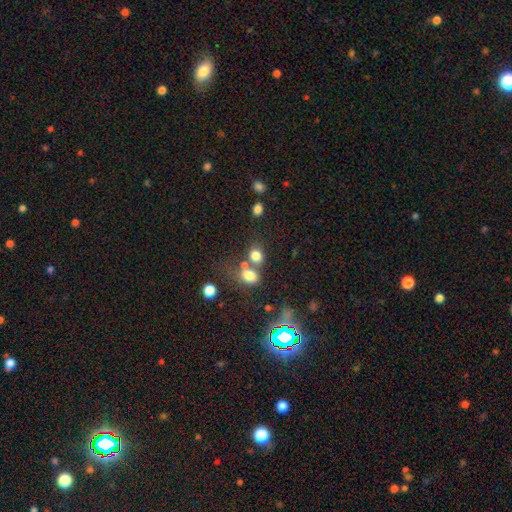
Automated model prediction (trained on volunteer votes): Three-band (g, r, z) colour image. It shows a smooth galaxy with no disk features (76%) that is round (63%). Merging: none (47%).